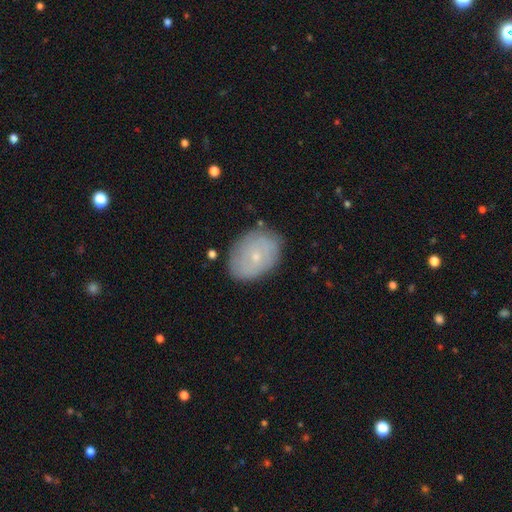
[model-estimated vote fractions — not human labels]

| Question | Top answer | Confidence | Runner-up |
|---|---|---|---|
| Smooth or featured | smooth | 49% | featured or disk (43%) |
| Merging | none | 80% | minor disturbance (15%) |